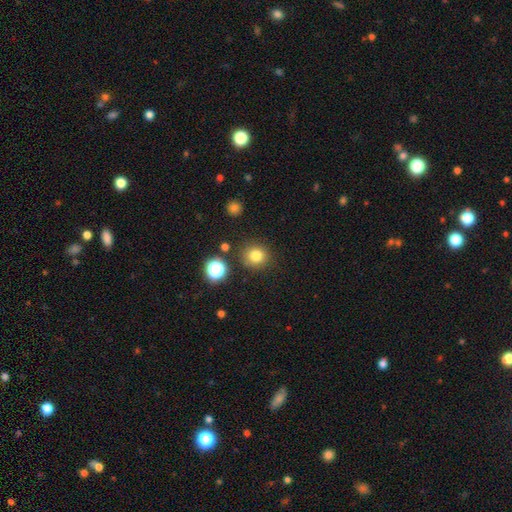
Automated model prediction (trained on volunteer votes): Overall: smooth (79%). How rounded: round (90%). Merging: none (85%).